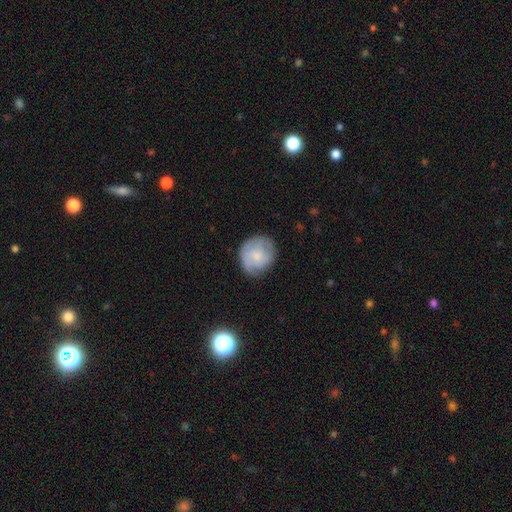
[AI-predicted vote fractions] Smooth or featured?
  - smooth: 56% *
  - featured or disk: 37%
  - star or artifact: 7%
How rounded?
  - round: 81% *
  - in between: 18%
  - cigar-shaped: 1%
Merging?
  - none: 71% *
  - minor disturbance: 21%
  - major disturbance: 7%
  - merger: 1%